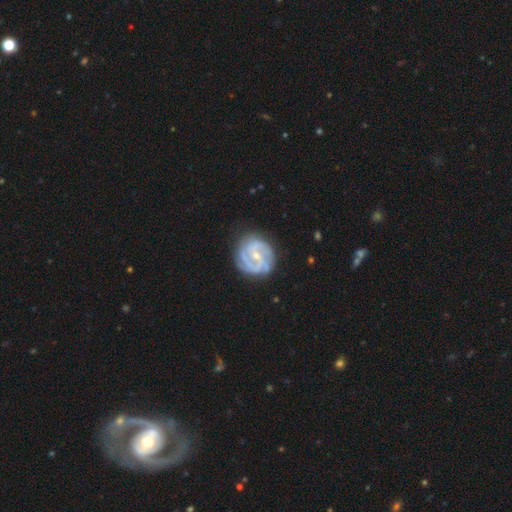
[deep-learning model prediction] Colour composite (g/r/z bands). It shows a featured or disk galaxy (88%) with a weak bar (46%), 2 (46%) tight (51%) spiral arms (97%) and a small central bulge (62%). Merging: none (79%).